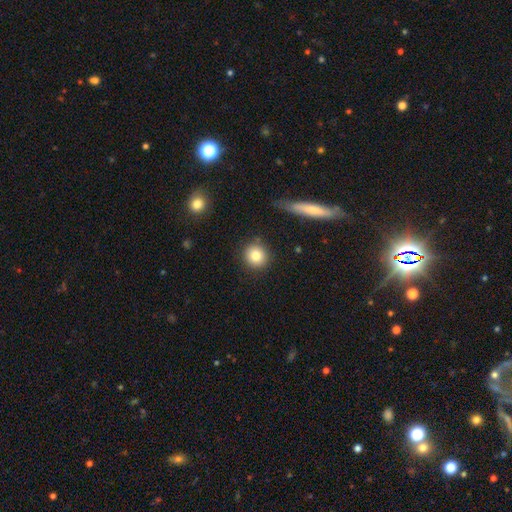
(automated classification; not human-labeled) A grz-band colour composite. It shows a smooth galaxy with no disk features (82%) that is round (91%). Merging: none (87%).